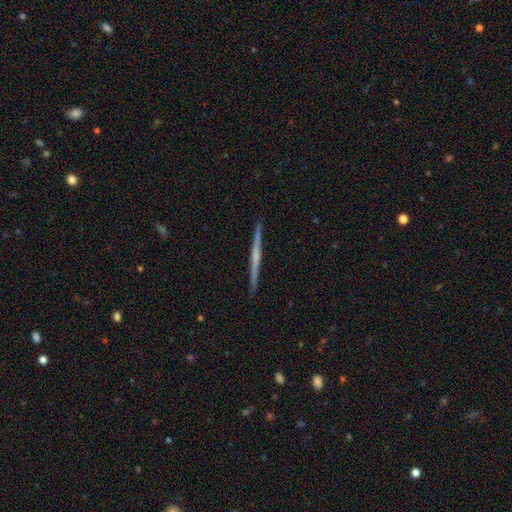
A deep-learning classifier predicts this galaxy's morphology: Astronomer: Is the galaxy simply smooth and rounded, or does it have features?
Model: featured or disk — 67%.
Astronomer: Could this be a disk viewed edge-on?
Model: yes — 98%.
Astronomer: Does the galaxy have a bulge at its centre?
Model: none — 68%.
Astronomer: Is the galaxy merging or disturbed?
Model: none — 93%.